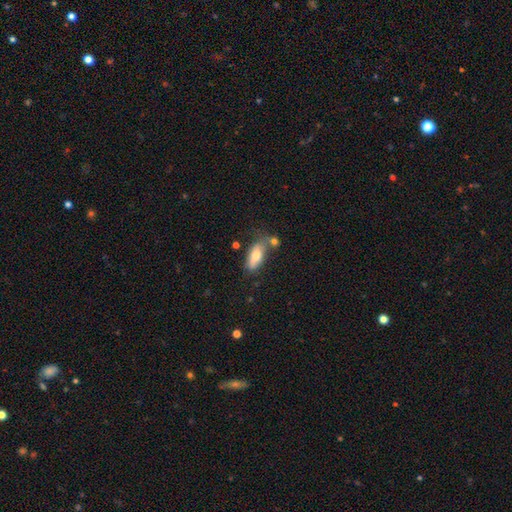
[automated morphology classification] This appears to be a smooth galaxy with no disk features (70%) that is in between round and cigar-shaped (77%). Merging: none (53%).